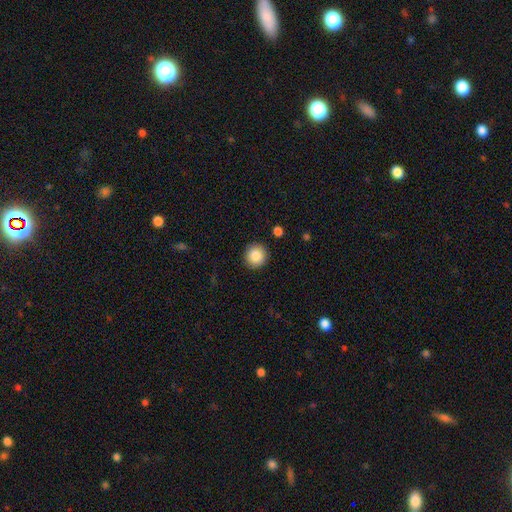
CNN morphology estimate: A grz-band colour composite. It shows a smooth galaxy with no disk features (86%) that is round (94%). Merging: none (91%).